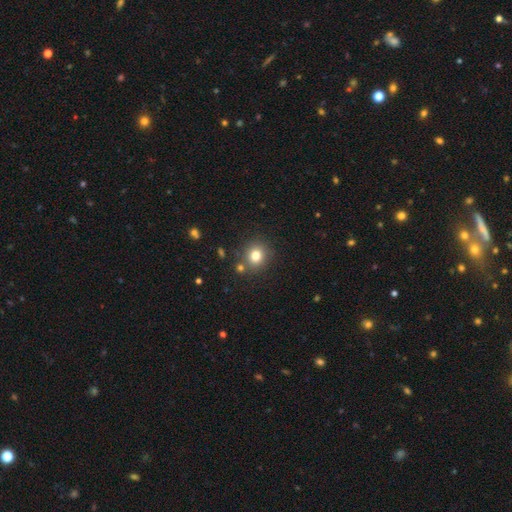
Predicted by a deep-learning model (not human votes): Morphology: type=smooth (79%); roundness=round (84%); merging=none (81%).